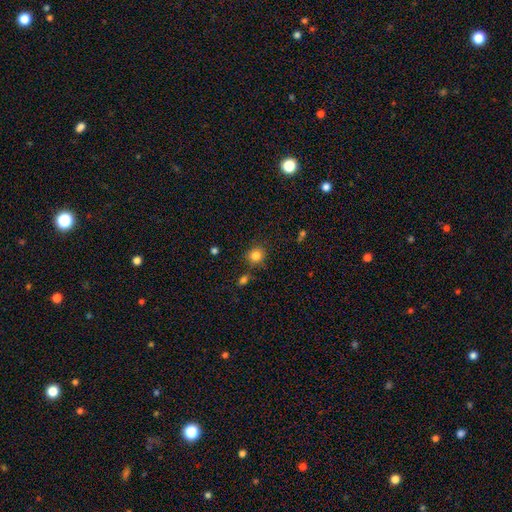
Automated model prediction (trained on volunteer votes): smooth_or_featured: smooth (p=0.83) [alt: star or artifact p=0.12]
how_rounded: round (p=0.88) [alt: in between p=0.11]
merging: none (p=0.80) [alt: minor disturbance p=0.10]